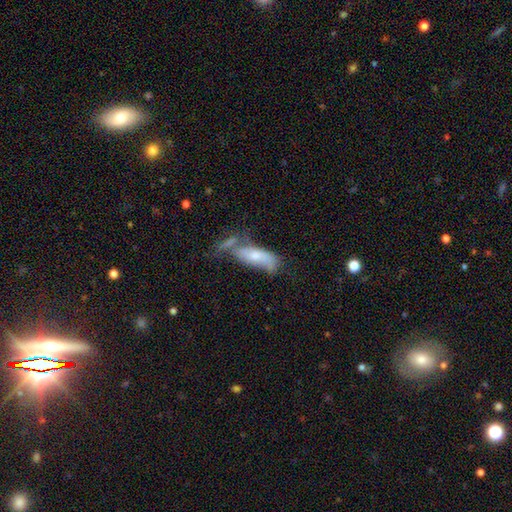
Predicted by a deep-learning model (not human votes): smooth 60%, featured or disk 33%, star or artifact 7%. Down the decision tree: how rounded — in between (64%); merging — none (30%).